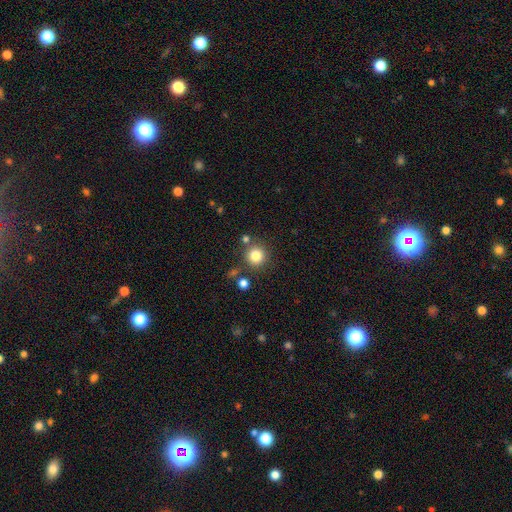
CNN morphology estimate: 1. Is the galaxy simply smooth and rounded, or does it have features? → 82% smooth, 12% star or artifact, 7% featured or disk.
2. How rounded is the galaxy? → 94% round, 5% in between, 1% cigar-shaped.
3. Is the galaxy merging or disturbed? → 80% none, 8% minor disturbance, 8% merger, 3% major disturbance.